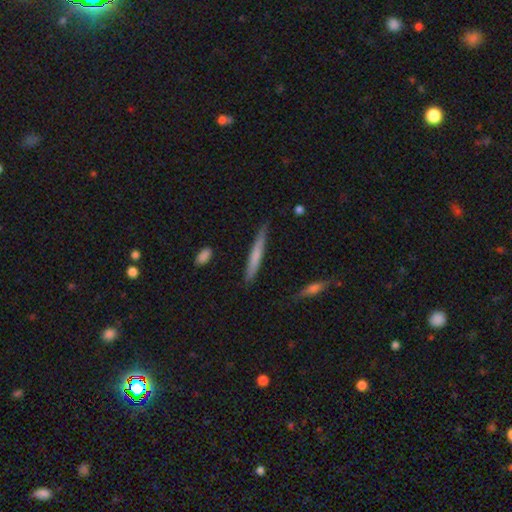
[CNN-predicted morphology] Overall: smooth (62%; featured or disk 32%). How rounded: cigar-shaped (95%). Merging: none (82%).